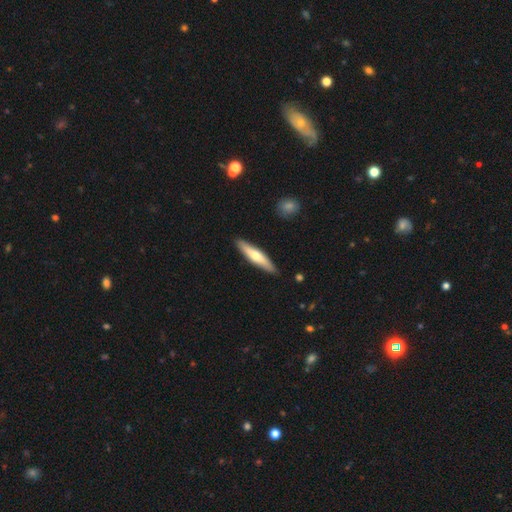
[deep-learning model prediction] This is possibly a smooth galaxy (52%). How rounded: clearly cigar-shaped (85%). Merging: clearly none (89%).